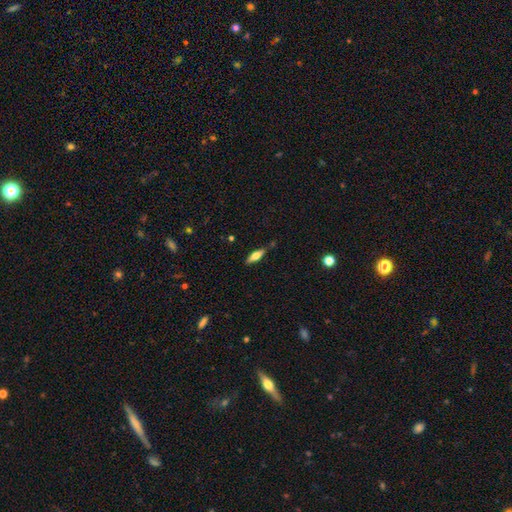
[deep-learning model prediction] The model was most divided on "how rounded": cigar-shaped: 53%, in between: 45%, round: 2%. More confident: merging — none (82%); smooth or featured — smooth (52%).